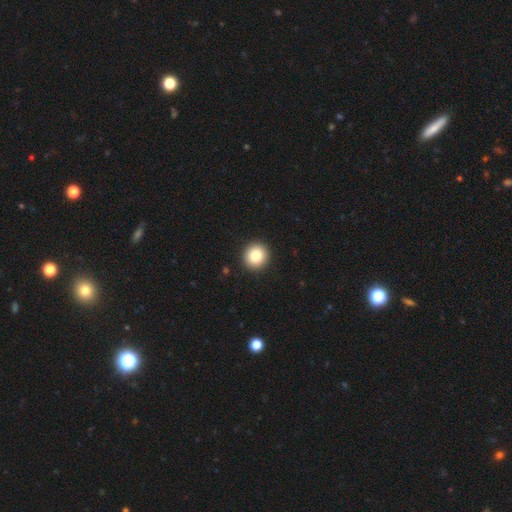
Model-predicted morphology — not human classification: Smooth or featured?
  - smooth: 86% *
  - star or artifact: 9%
  - featured or disk: 5%
How rounded?
  - round: 92% *
  - in between: 7%
  - cigar-shaped: 1%
Merging?
  - none: 93% *
  - minor disturbance: 5%
  - major disturbance: 2%
  - merger: 1%